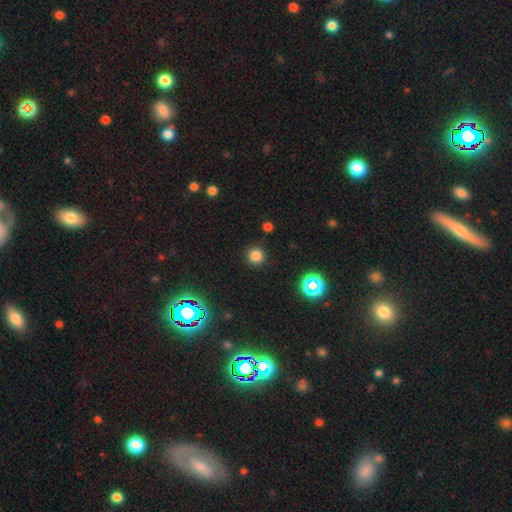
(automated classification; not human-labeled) Smooth or featured?
  - smooth: 78% *
  - star or artifact: 17%
  - featured or disk: 4%
How rounded?
  - round: 95% *
  - in between: 4%
  - cigar-shaped: 1%
Merging?
  - none: 90% *
  - minor disturbance: 6%
  - major disturbance: 2%
  - merger: 2%